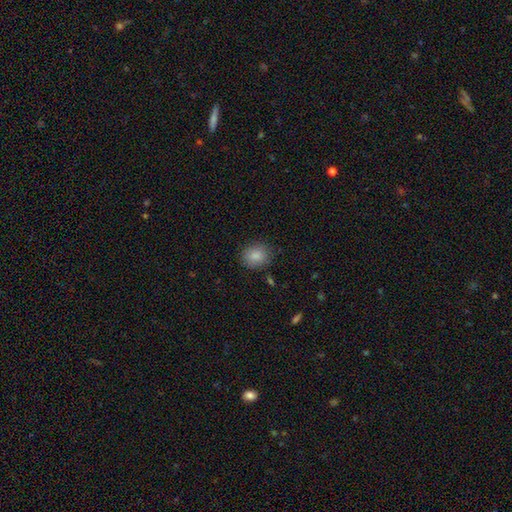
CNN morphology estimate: This appears to be a smooth galaxy with no disk features (86%) that is round (60%). Merging: none (84%).